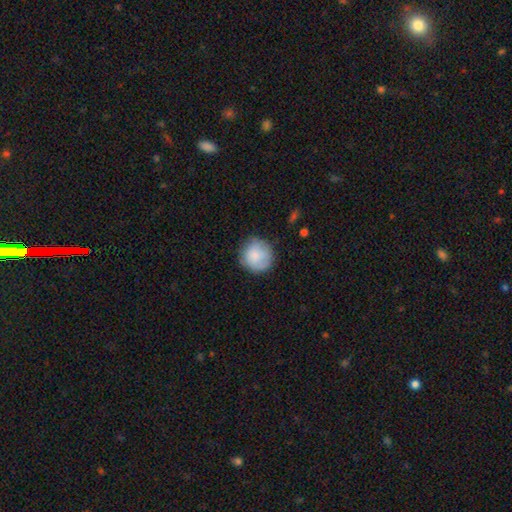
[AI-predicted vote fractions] Morphology: type=smooth (80%); roundness=round (91%); merging=none (75%).